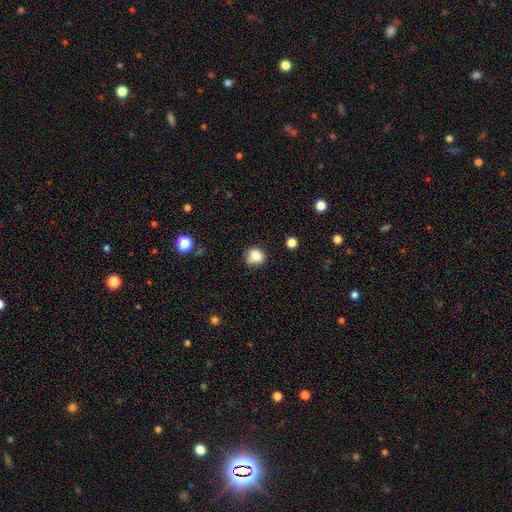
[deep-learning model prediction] A smooth galaxy with no disk features (83%) that is round (78%).

Vote fractions:
- Smooth or featured? smooth: 83% / star or artifact: 11% / featured or disk: 6%
- How rounded? round: 78% / in between: 21% / cigar-shaped: 1%
- Merging? none: 74% / minor disturbance: 18% / merger: 4% / major disturbance: 4%